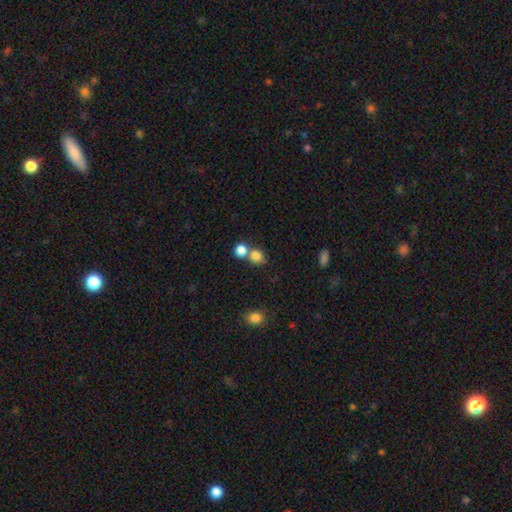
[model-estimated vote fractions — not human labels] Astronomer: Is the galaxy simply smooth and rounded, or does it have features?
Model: smooth — 82%.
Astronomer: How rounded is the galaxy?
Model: round — 81%.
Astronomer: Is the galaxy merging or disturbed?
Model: none — 51% (runner-up: merger, 38%).